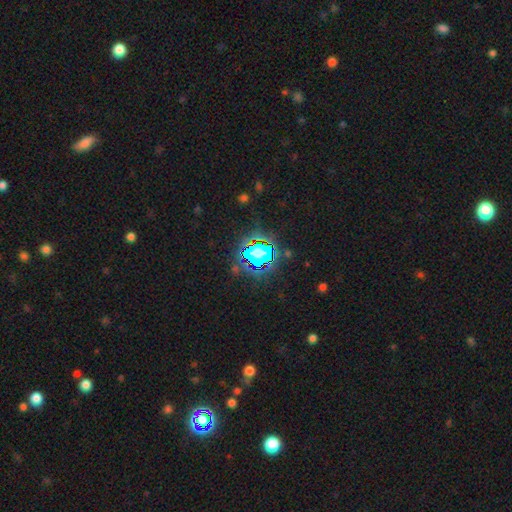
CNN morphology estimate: The model was most divided on "smooth or featured": star or artifact: 72%, smooth: 17%, featured or disk: 10%.